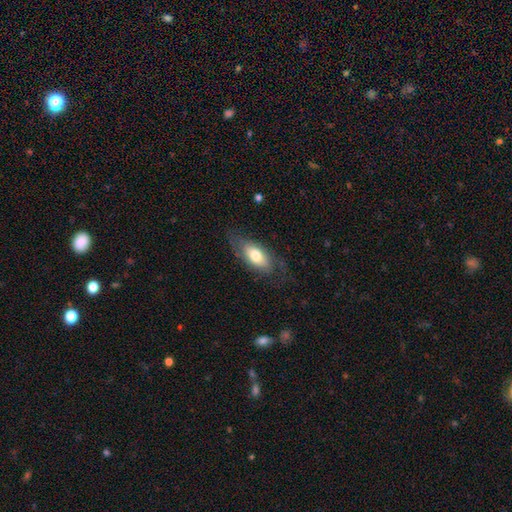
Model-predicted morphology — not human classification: smooth 58%, featured or disk 35%, star or artifact 6%. Down the decision tree: how rounded — in between (84%); merging — none (67%).